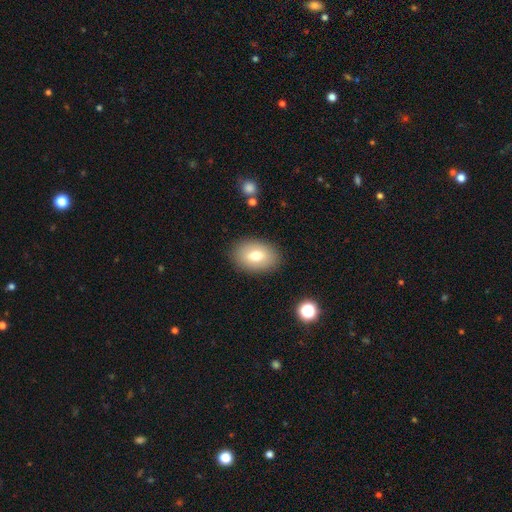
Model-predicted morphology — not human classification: Q: Smooth or featured?
A: smooth (73%); runner-up: featured or disk (19%)
Q: How rounded?
A: in between (83%); runner-up: round (16%)
Q: Merging?
A: none (87%); runner-up: minor disturbance (9%)